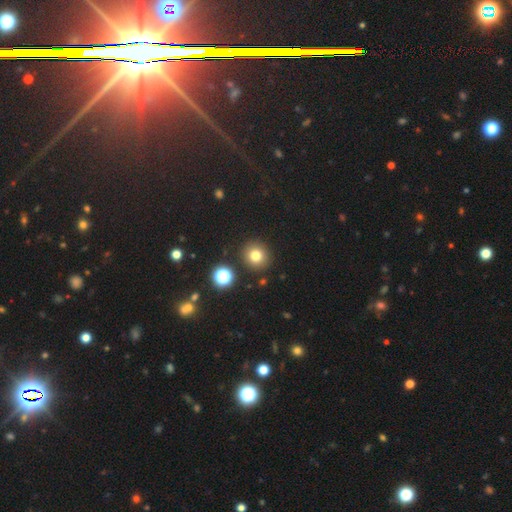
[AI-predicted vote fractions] This appears to be a smooth galaxy with no disk features (76%) that is round (91%). Merging: none (89%).